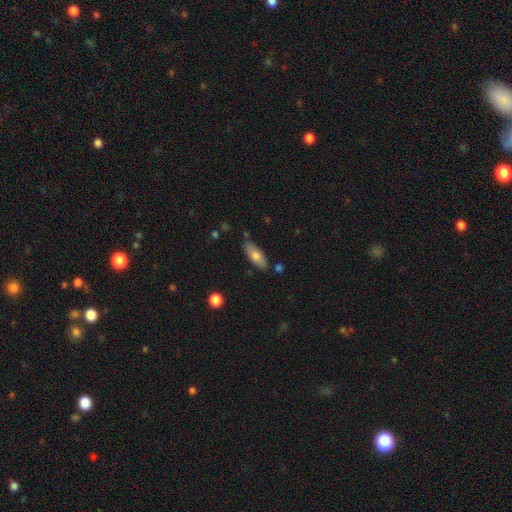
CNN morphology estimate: Smooth or featured?
  - smooth: 72% *
  - featured or disk: 22%
  - star or artifact: 6%
How rounded?
  - in between: 76% *
  - cigar-shaped: 22%
  - round: 2%
Merging?
  - none: 74% *
  - minor disturbance: 19%
  - merger: 4%
  - major disturbance: 3%